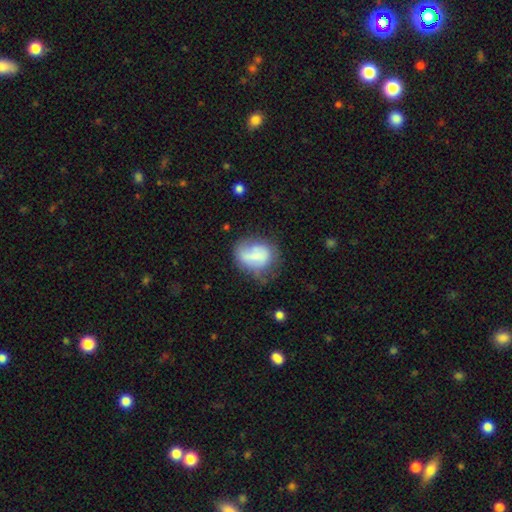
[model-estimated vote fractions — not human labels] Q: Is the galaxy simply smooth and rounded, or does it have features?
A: smooth — 60%.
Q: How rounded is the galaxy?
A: in between — 53%.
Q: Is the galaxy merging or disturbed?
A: none — 41%.